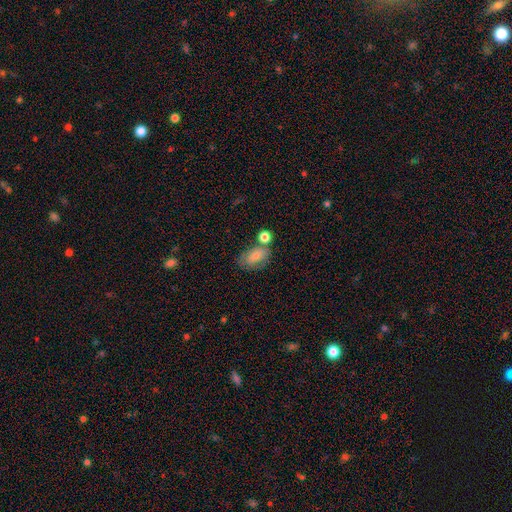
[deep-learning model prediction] smooth 75%, featured or disk 17%, star or artifact 9%. Down the decision tree: how rounded — in between (85%); merging — none (48%).